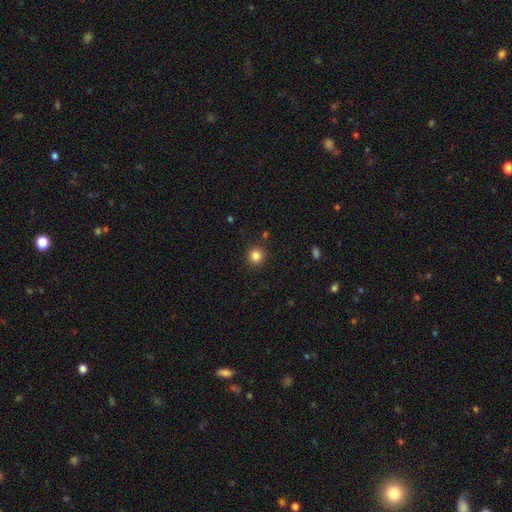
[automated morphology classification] Q: Smooth or featured?
A: smooth (84%); runner-up: star or artifact (12%)
Q: How rounded?
A: round (92%); runner-up: in between (7%)
Q: Merging?
A: none (90%); runner-up: minor disturbance (6%)